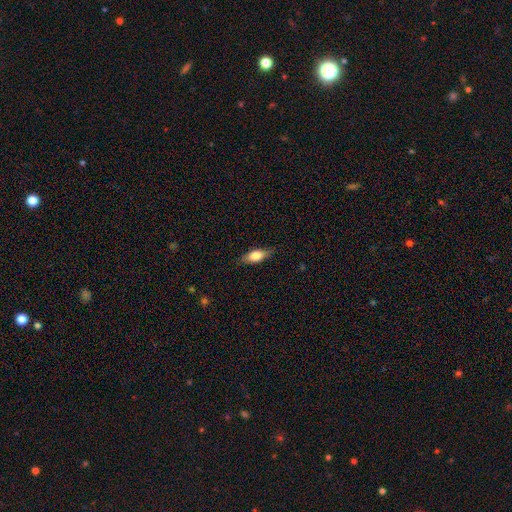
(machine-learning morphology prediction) A smooth galaxy with no disk features (71%) that is in between round and cigar-shaped (75%). Merging: none (81%).